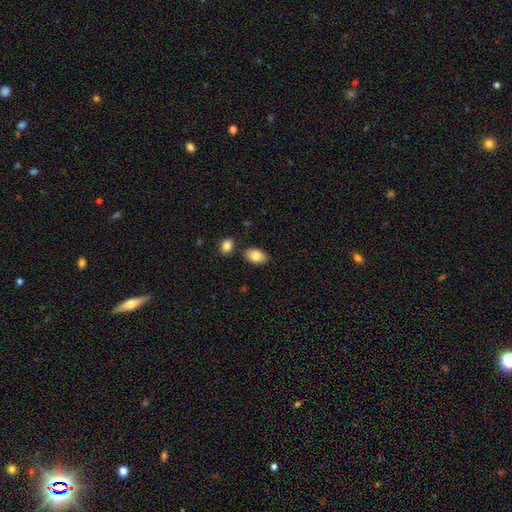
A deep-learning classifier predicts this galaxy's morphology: smooth_or_featured: smooth (p=0.84) [alt: featured or disk p=0.08]
how_rounded: in between (p=0.89) [alt: round p=0.10]
merging: none (p=0.80) [alt: minor disturbance p=0.12]